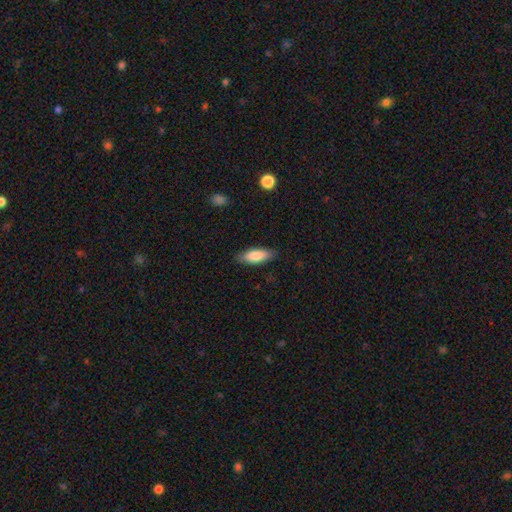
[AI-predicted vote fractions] Q: Smooth or featured?
A: smooth (82%); runner-up: featured or disk (12%)
Q: How rounded?
A: in between (66%); runner-up: cigar-shaped (32%)
Q: Merging?
A: none (85%); runner-up: minor disturbance (11%)